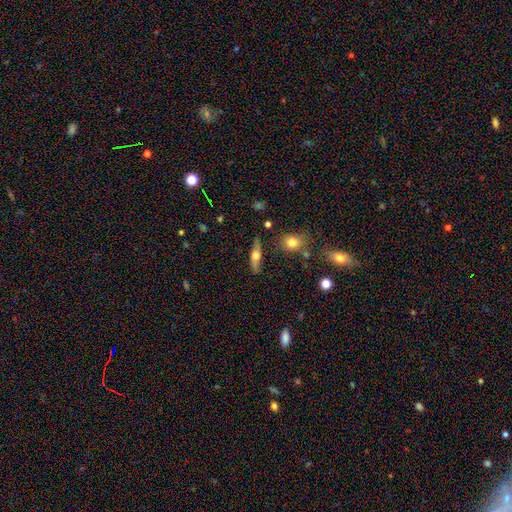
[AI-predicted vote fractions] A featured or disk galaxy (51%) viewed edge-on (81%). Merging: none (78%).